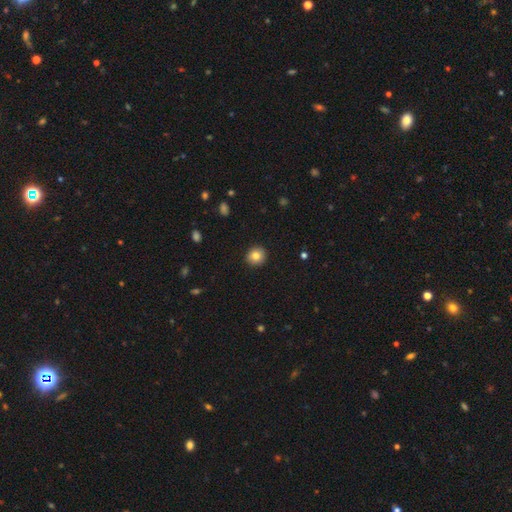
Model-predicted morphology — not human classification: A smooth galaxy with no disk features (82%) that is round (92%). Merging: none (92%).